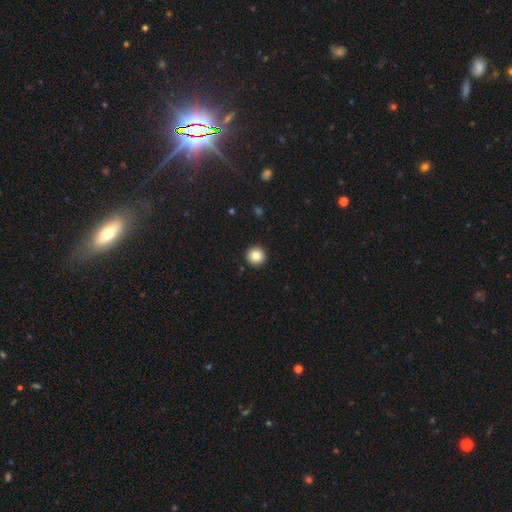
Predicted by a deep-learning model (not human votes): This appears to be a smooth galaxy with no disk features (84%) that is round (95%). Merging: none (93%).